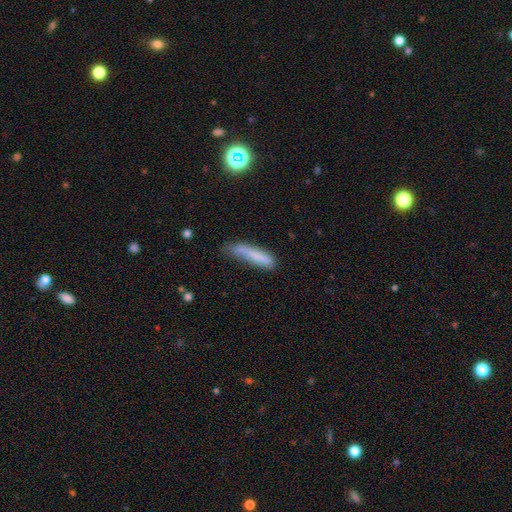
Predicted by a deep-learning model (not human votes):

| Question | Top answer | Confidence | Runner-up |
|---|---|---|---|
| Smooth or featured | smooth | 76% | featured or disk (15%) |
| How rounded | cigar-shaped | 87% | in between (12%) |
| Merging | none | 54% | minor disturbance (31%) |